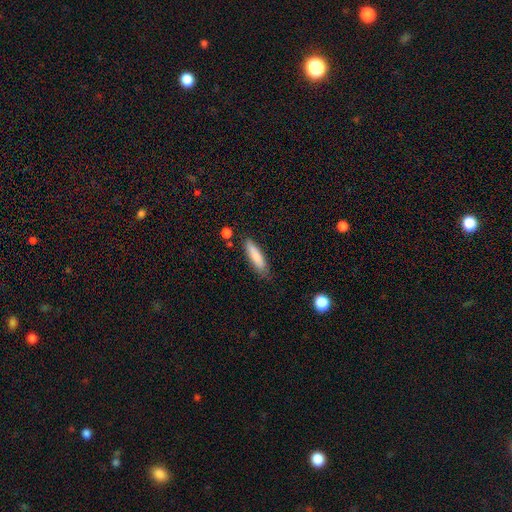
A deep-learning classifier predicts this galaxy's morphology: smooth 82%, featured or disk 11%, star or artifact 6%. Down the decision tree: how rounded — cigar-shaped (70%); merging — none (77%).